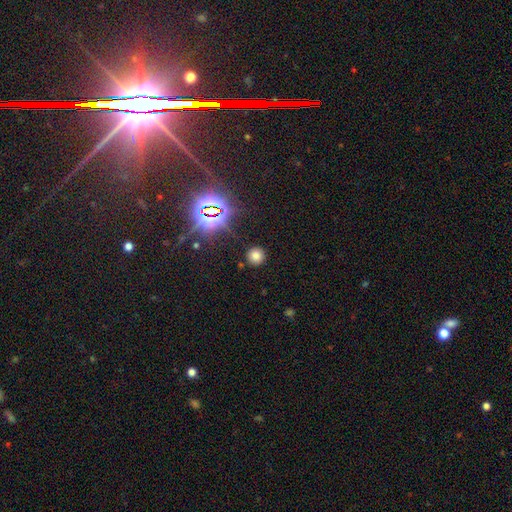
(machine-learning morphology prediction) A smooth galaxy with no disk features (71%) that is round (93%). Merging: none (88%).